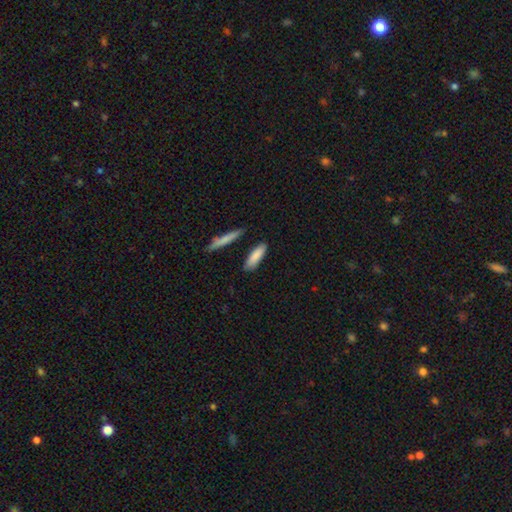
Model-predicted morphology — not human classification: Smooth or featured: smooth — 85% (featured or disk — 9%)
How rounded: cigar-shaped — 57% (in between — 41%)
Merging: none — 81% (minor disturbance — 12%)